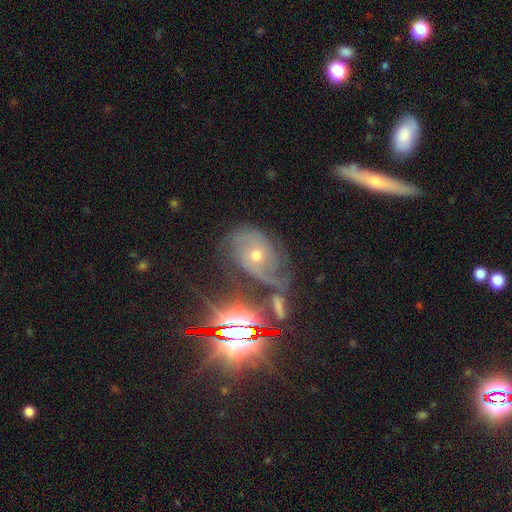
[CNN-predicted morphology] featured or disk 61%, star or artifact 26%, smooth 13%. Down the decision tree: edge-on disk — no (95%); bar — no (72%); spiral arms — yes (87%); spiral arm count — 2 (37%); spiral winding — tight (43%); bulge size — moderate (54%); merging — none (50%).